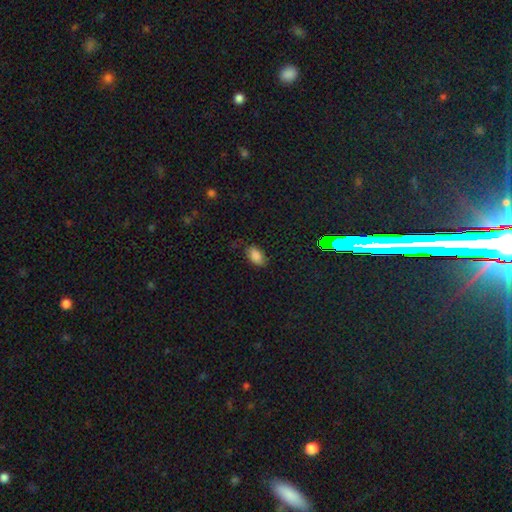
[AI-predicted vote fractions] Smooth or featured? smooth (82%)
How rounded? in between (92%)
Merging? none (72%)